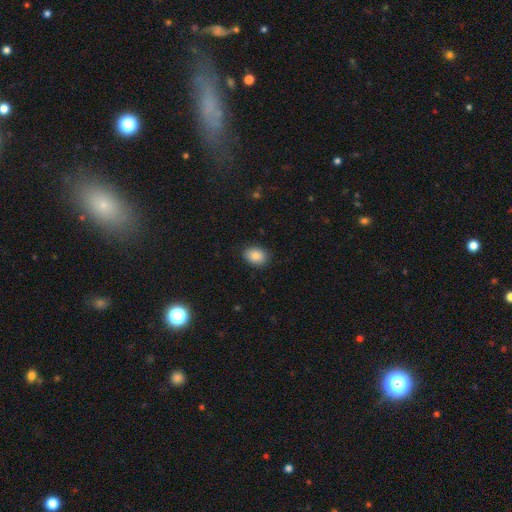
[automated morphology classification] Smooth or featured: smooth — 87% (star or artifact — 8%)
How rounded: in between — 72% (round — 27%)
Merging: none — 87% (minor disturbance — 9%)